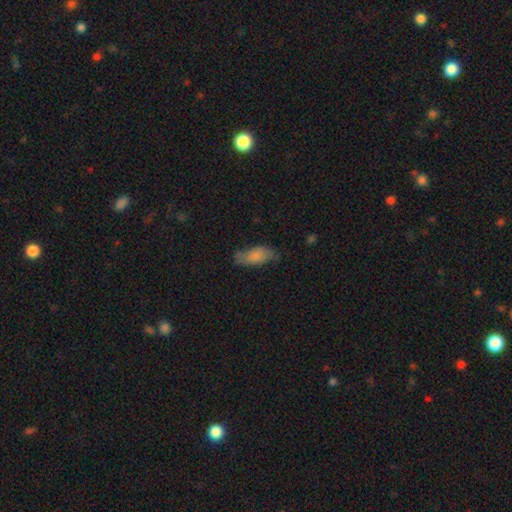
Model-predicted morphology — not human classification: A smooth galaxy with no disk features (76%) that is in between round and cigar-shaped (84%). Merging: none (58%).